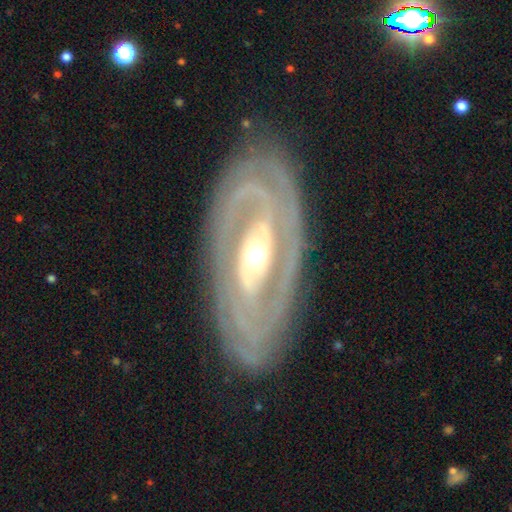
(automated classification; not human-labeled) A featured or disk galaxy (89%) with no bar (37%), 2 (55%) tight (73%) spiral arms (91%) and a moderate central bulge (68%). Merging: none (83%).